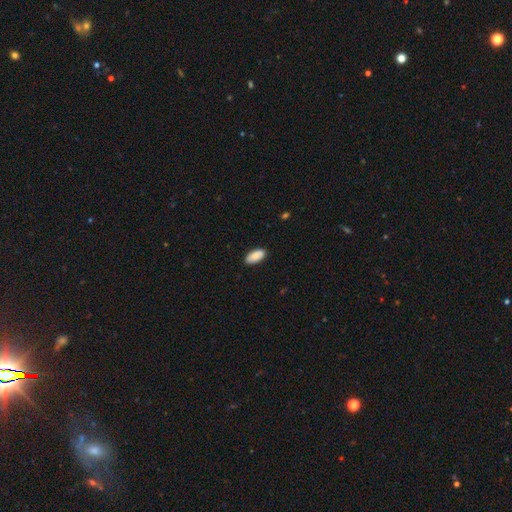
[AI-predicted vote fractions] A smooth galaxy with no disk features (87%) that is in between round and cigar-shaped (92%).

Vote fractions:
- Smooth or featured? smooth: 87% / featured or disk: 7% / star or artifact: 6%
- How rounded? in between: 92% / cigar-shaped: 6% / round: 2%
- Merging? none: 85% / minor disturbance: 12% / major disturbance: 2% / merger: 1%